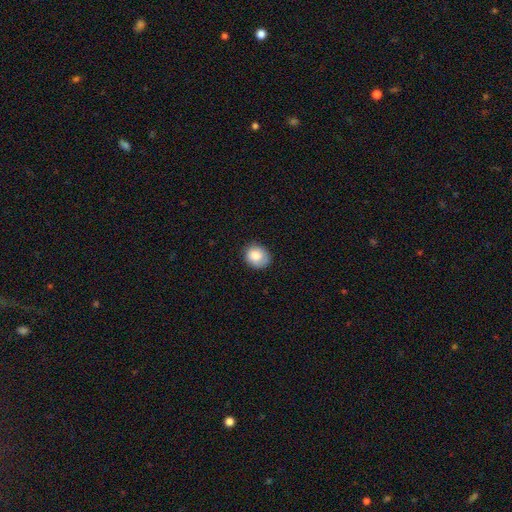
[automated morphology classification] The model was most divided on "how rounded": round: 70%, in between: 30%, cigar-shaped: 1%. More confident: smooth or featured — smooth (83%); merging — none (77%).